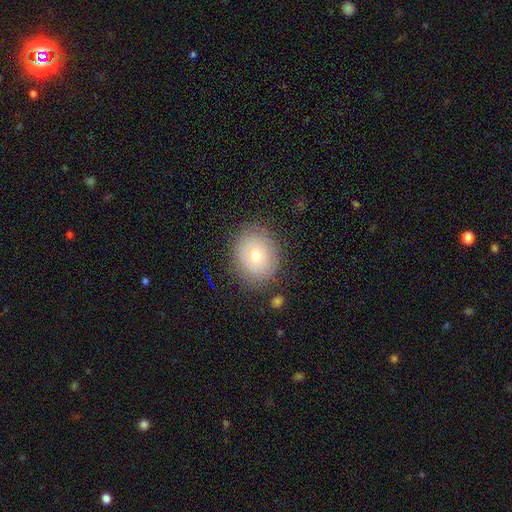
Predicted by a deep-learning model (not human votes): Smooth or featured?
  - smooth: 63% *
  - featured or disk: 27%
  - star or artifact: 10%
How rounded?
  - round: 56% *
  - in between: 43%
  - cigar-shaped: 1%
Merging?
  - none: 83% *
  - minor disturbance: 12%
  - major disturbance: 4%
  - merger: 2%